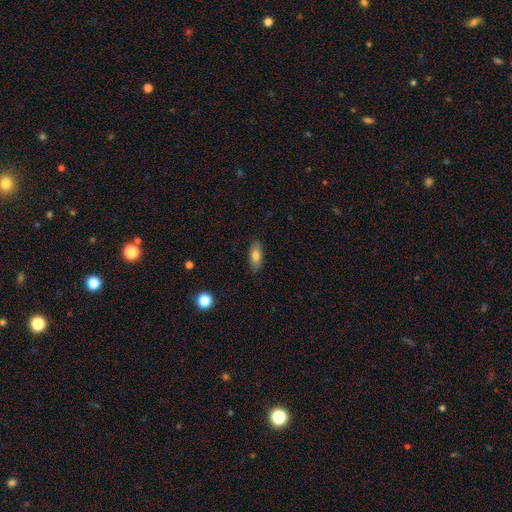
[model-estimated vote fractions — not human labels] The model was most divided on "smooth or featured": smooth: 76%, featured or disk: 16%, star or artifact: 8%. More confident: merging — none (87%); how rounded — in between (80%).